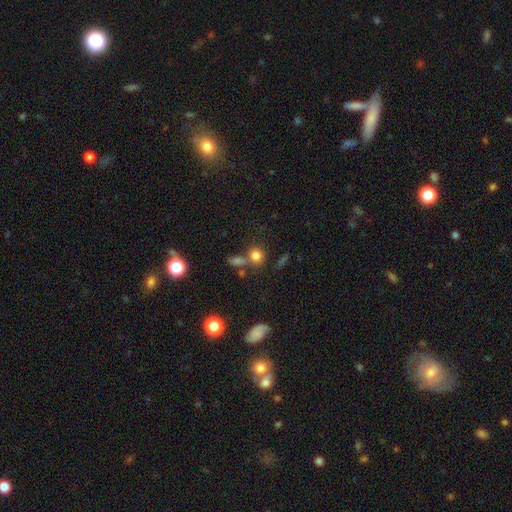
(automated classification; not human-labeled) The model was most divided on "merging": none: 60%, merger: 24%, minor disturbance: 11%, major disturbance: 5%. More confident: smooth or featured — smooth (78%); how rounded — round (77%).